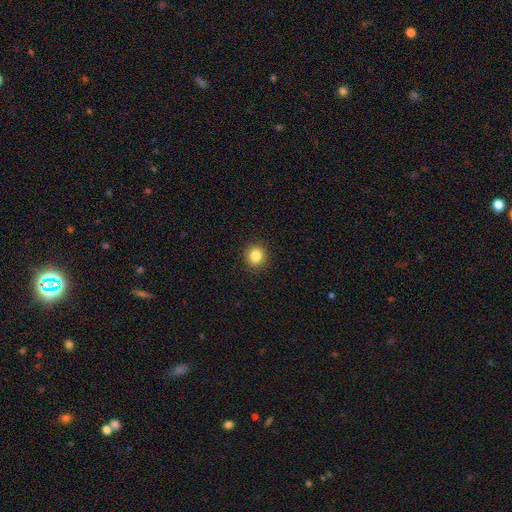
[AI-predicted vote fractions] Overall: smooth (84%). How rounded: round (90%). Merging: none (91%).